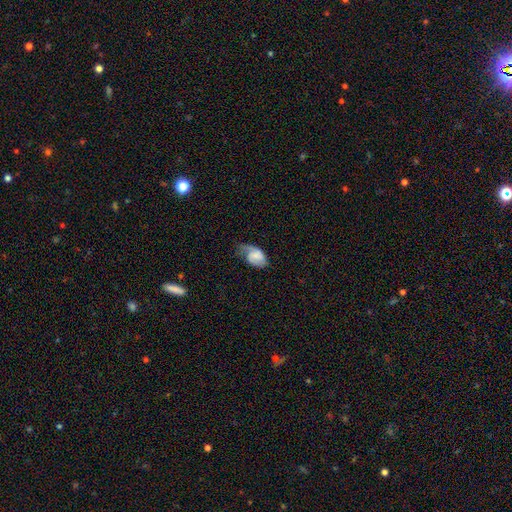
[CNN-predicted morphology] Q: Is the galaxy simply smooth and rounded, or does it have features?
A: smooth — 47%.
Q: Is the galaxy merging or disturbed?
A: minor disturbance — 35%.